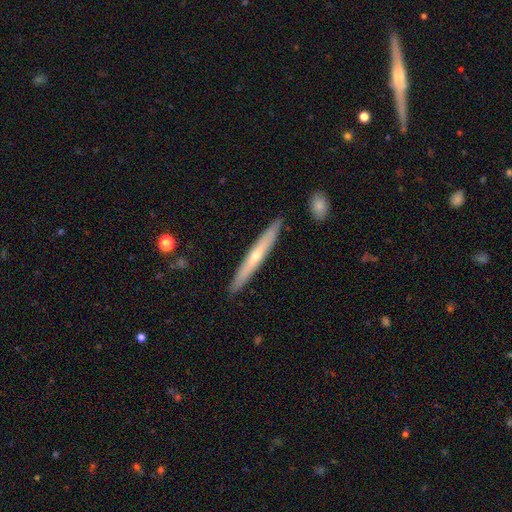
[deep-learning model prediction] smooth-or-featured: featured or disk: 58% | smooth: 36% | star or artifact: 6%
  disk-edge-on: yes: 92% | no: 8%
    edge-on-bulge: rounded: 66% | none: 32% | boxy: 2%
  merging: none: 90% | minor disturbance: 7% | major disturbance: 1% | merger: 1%